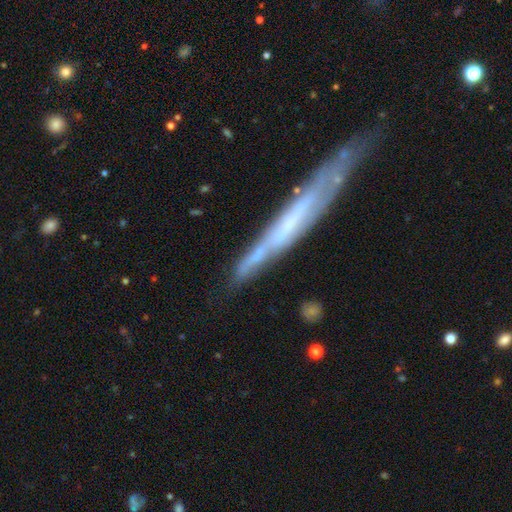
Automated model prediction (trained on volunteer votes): featured or disk 51%, smooth 39%, star or artifact 10%. Down the decision tree: edge-on disk — yes (80%); merging — none (69%).